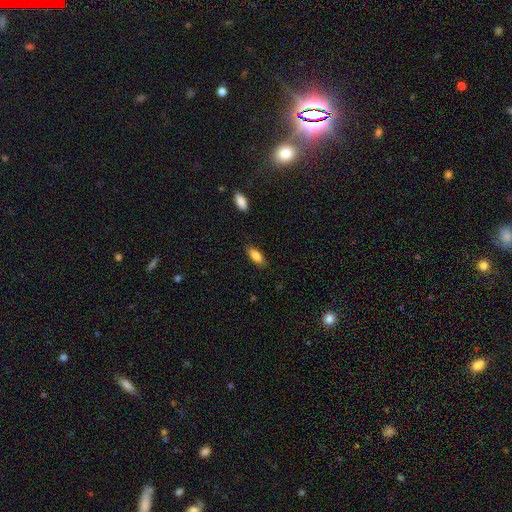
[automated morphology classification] smooth_or_featured: smooth (p=0.86) [alt: star or artifact p=0.07]
how_rounded: in between (p=0.82) [alt: cigar-shaped p=0.15]
merging: none (p=0.84) [alt: minor disturbance p=0.12]